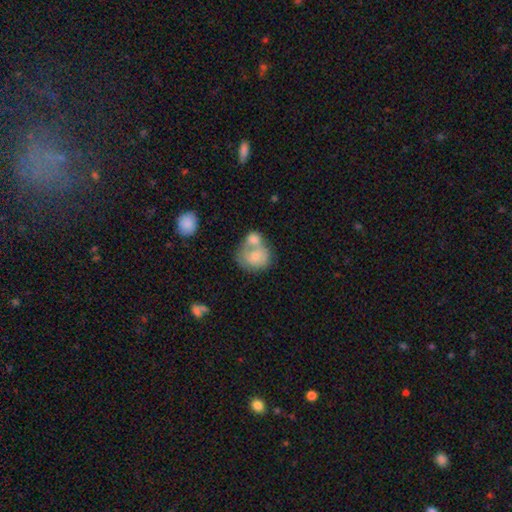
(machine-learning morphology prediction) Smooth or featured? smooth (56%)
How rounded? round (64%)
Merging? merger (62%)